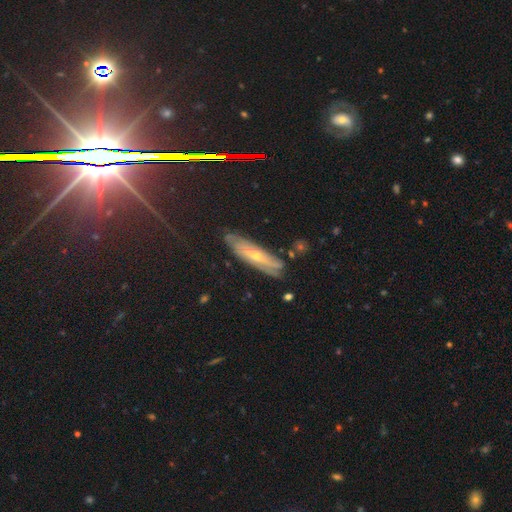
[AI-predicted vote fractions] Q: Smooth or featured?
A: featured or disk (64%); runner-up: smooth (23%)
Q: Edge-on disk?
A: no (56%); runner-up: yes (44%)
Q: Merging?
A: none (77%); runner-up: minor disturbance (17%)